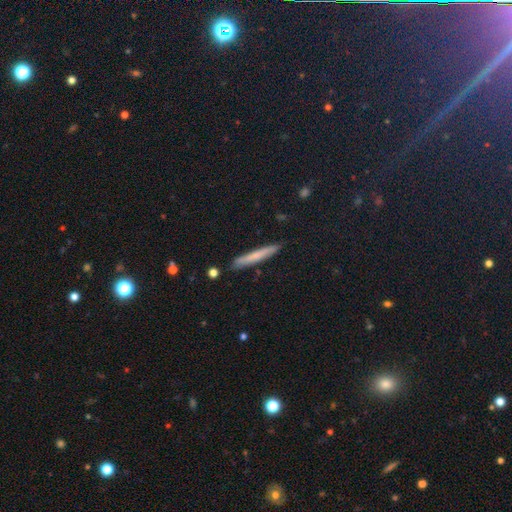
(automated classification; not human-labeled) Smooth or featured? smooth (67%)
How rounded? cigar-shaped (96%)
Merging? none (88%)